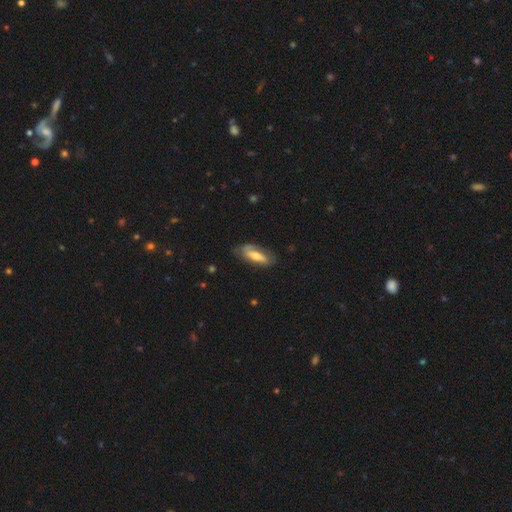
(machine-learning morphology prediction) featured or disk 50%, smooth 44%, star or artifact 6%. Down the decision tree: merging — none (66%).